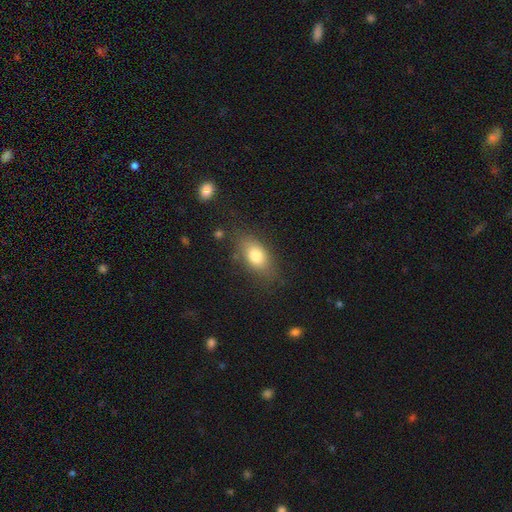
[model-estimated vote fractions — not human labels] smooth_or_featured: smooth (p=0.78) [alt: featured or disk p=0.14]
how_rounded: in between (p=0.84) [alt: round p=0.10]
merging: none (p=0.75) [alt: minor disturbance p=0.17]